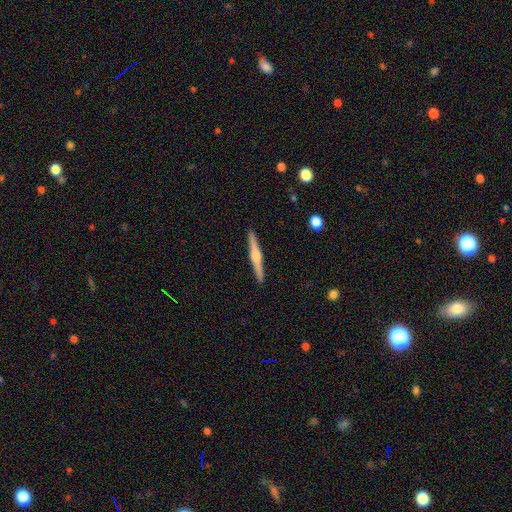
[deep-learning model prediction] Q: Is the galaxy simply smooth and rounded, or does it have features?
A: featured or disk — 74%.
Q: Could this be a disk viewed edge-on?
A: yes — 98%.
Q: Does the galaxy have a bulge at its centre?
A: rounded — 88%.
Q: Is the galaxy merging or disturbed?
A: none — 93%.